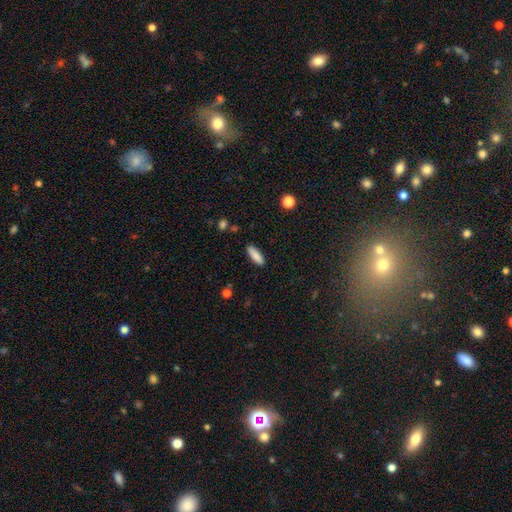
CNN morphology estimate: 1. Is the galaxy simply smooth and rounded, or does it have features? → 86% smooth, 7% featured or disk, 7% star or artifact.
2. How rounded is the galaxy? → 50% cigar-shaped, 48% in between, 2% round.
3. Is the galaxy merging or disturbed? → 88% none, 8% minor disturbance, 2% major disturbance, 1% merger.